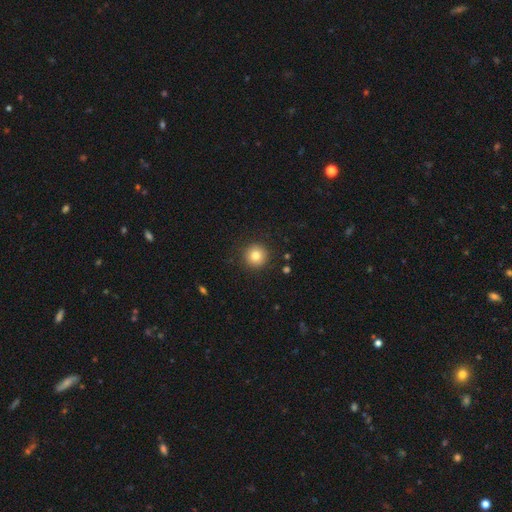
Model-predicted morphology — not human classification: The model was most divided on "smooth or featured": smooth: 81%, star or artifact: 11%, featured or disk: 8%. More confident: how rounded — round (95%); merging — none (91%).